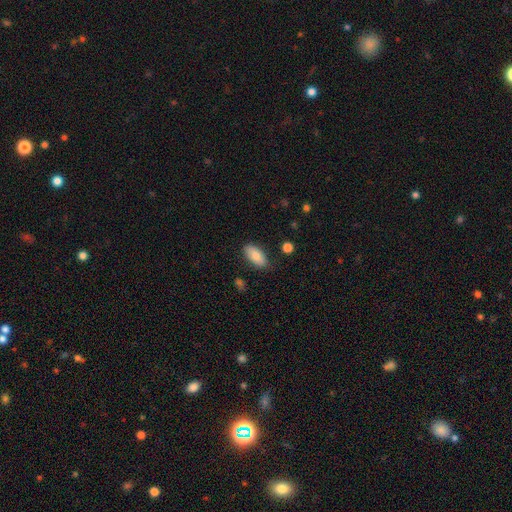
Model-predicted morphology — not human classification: Overall: smooth (80%). How rounded: in between (91%). Merging: none (83%).